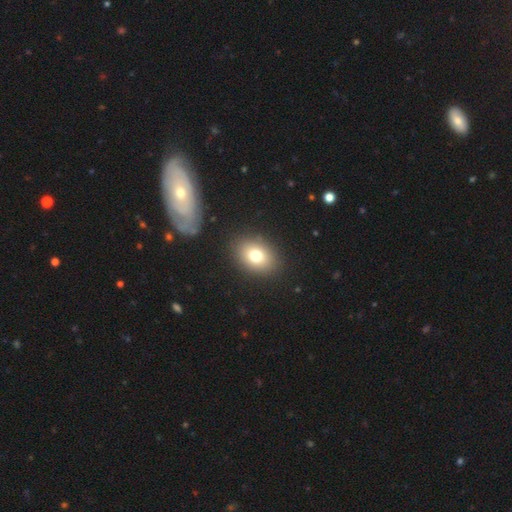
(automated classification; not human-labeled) The model was most divided on "how rounded": in between: 67%, round: 32%, cigar-shaped: 1%. More confident: merging — none (87%); smooth or featured — smooth (75%).